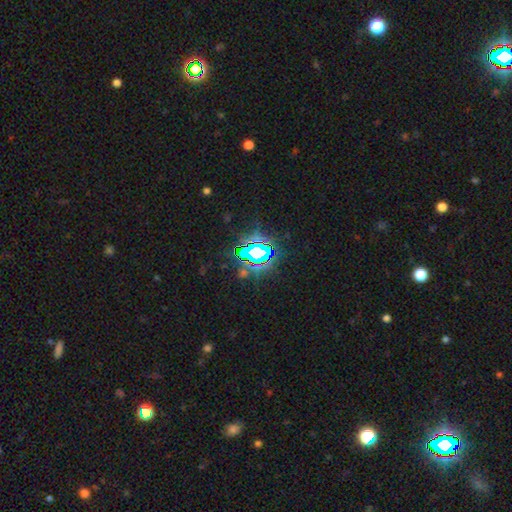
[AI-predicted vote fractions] Smooth or featured: star or artifact — 77% (smooth — 13%)